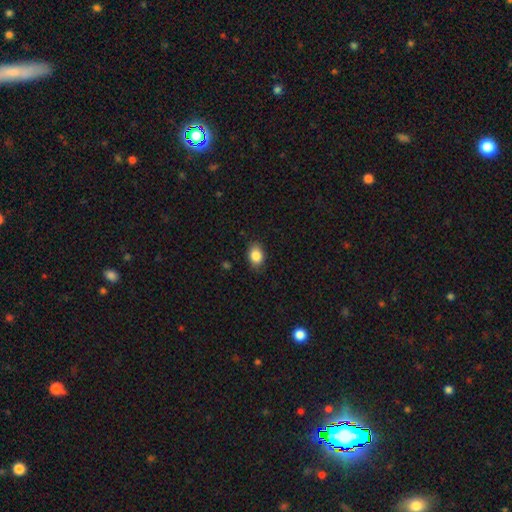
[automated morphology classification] Smooth or featured? smooth (86%)
How rounded? in between (76%)
Merging? none (85%)